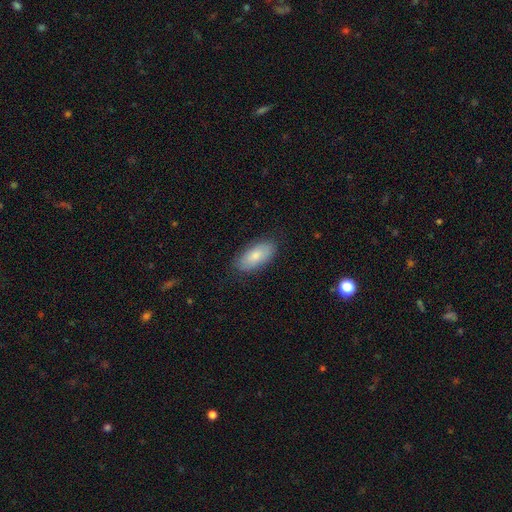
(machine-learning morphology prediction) The model was most divided on "smooth or featured": smooth: 81%, featured or disk: 13%, star or artifact: 6%. More confident: how rounded — in between (90%); merging — none (84%).